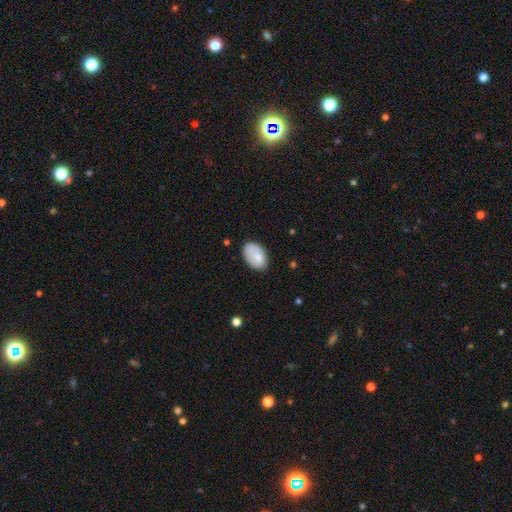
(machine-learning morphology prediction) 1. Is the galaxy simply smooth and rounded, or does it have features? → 81% smooth, 13% featured or disk, 7% star or artifact.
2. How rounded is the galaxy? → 91% in between, 8% round, 1% cigar-shaped.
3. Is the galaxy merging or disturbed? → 75% none, 20% minor disturbance, 4% major disturbance, 2% merger.